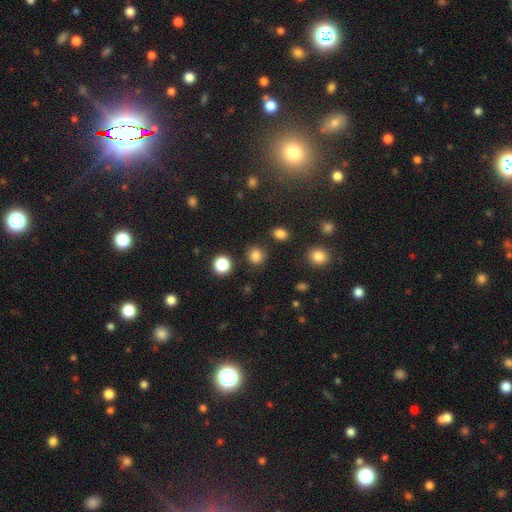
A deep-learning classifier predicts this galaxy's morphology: Overall: smooth (83%). How rounded: round (89%). Merging: none (87%).